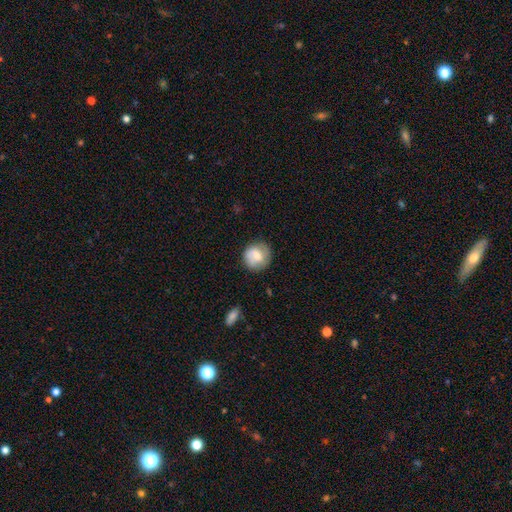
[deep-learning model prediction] Smooth or featured: smooth — 61% (featured or disk — 32%)
How rounded: round — 88% (in between — 11%)
Merging: none — 76% (minor disturbance — 17%)